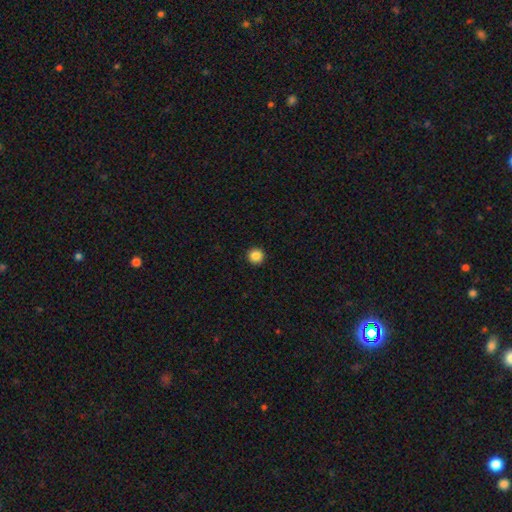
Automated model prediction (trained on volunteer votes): A smooth galaxy with no disk features (87%) that is round (96%).

Vote fractions:
- Smooth or featured? smooth: 87% / star or artifact: 10% / featured or disk: 3%
- How rounded? round: 96% / in between: 3% / cigar-shaped: 1%
- Merging? none: 94% / minor disturbance: 4% / major disturbance: 1% / merger: 1%